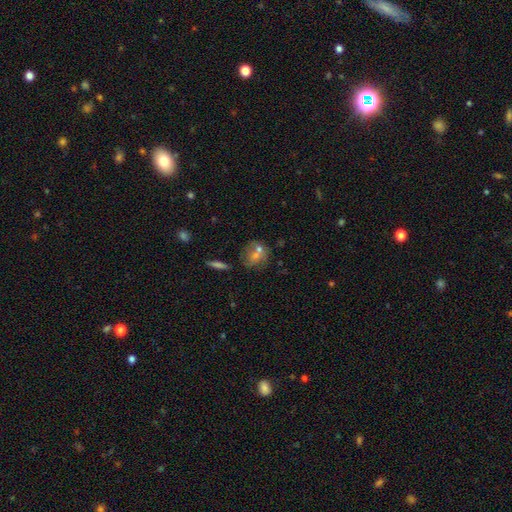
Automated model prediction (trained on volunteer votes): Morphology: type=smooth (47%); merging=none (53%).